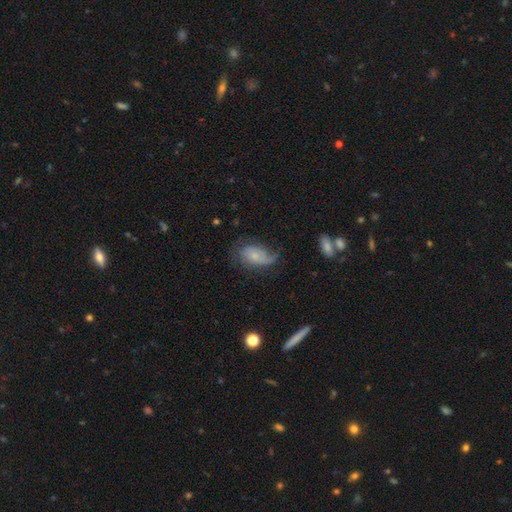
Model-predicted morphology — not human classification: A featured or disk galaxy (49%). Merging: none (44%).